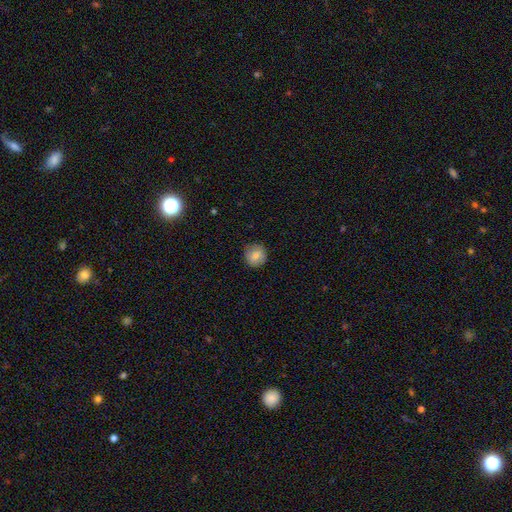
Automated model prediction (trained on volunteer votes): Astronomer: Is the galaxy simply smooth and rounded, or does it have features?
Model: smooth — 82%.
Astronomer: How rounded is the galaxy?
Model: round — 92%.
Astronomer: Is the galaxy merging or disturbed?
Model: none — 85%.